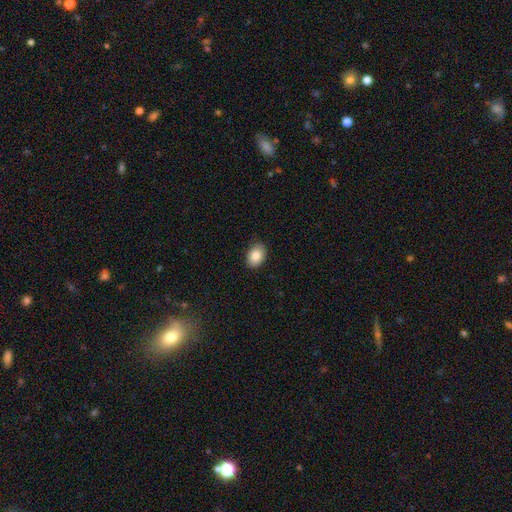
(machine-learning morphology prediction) Smooth or featured? smooth (86%)
How rounded? in between (76%)
Merging? none (86%)